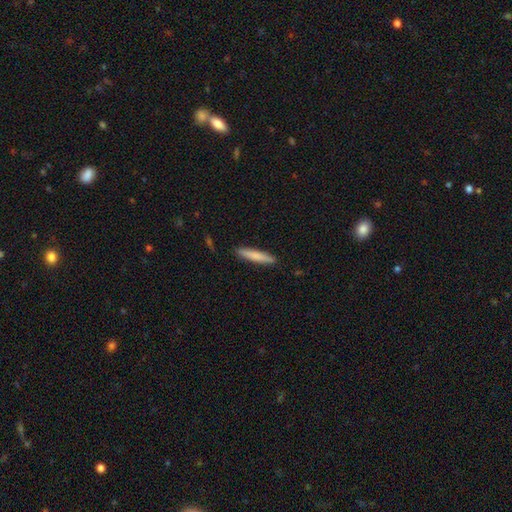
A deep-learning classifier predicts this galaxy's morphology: Smooth or featured: smooth — 77% (featured or disk — 18%)
How rounded: cigar-shaped — 92% (in between — 7%)
Merging: none — 90% (minor disturbance — 8%)